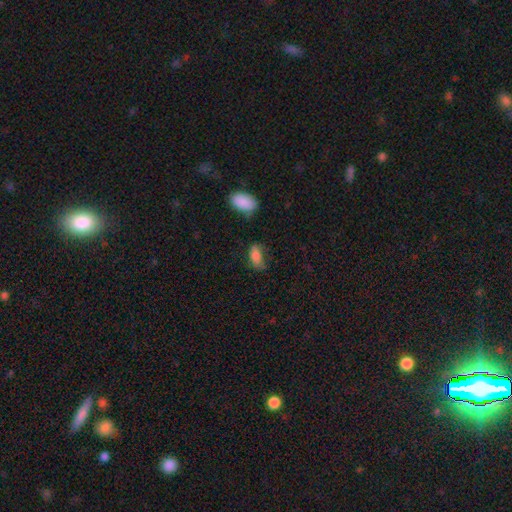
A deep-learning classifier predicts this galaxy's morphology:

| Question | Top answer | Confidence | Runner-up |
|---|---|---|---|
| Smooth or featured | smooth | 82% | featured or disk (9%) |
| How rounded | in between | 88% | cigar-shaped (8%) |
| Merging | none | 51% | minor disturbance (31%) |